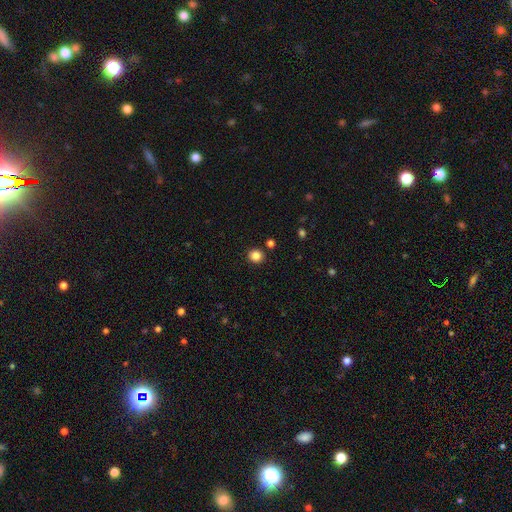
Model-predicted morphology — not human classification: Smooth or featured?
  - smooth: 85% *
  - star or artifact: 12%
  - featured or disk: 4%
How rounded?
  - round: 90% *
  - in between: 9%
  - cigar-shaped: 1%
Merging?
  - none: 90% *
  - minor disturbance: 5%
  - merger: 3%
  - major disturbance: 2%